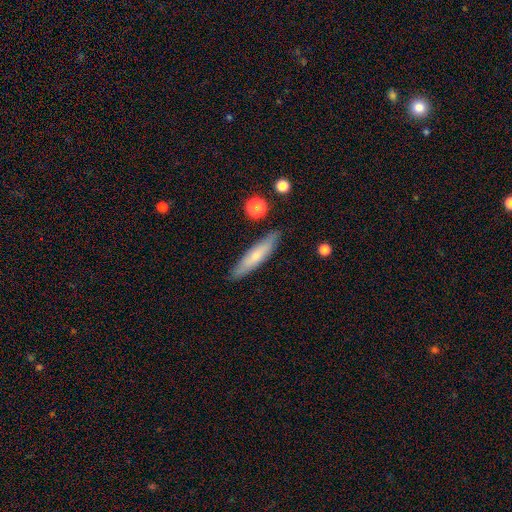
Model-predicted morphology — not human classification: type=smooth (62%); roundness=cigar-shaped (81%); merging=none (85%).